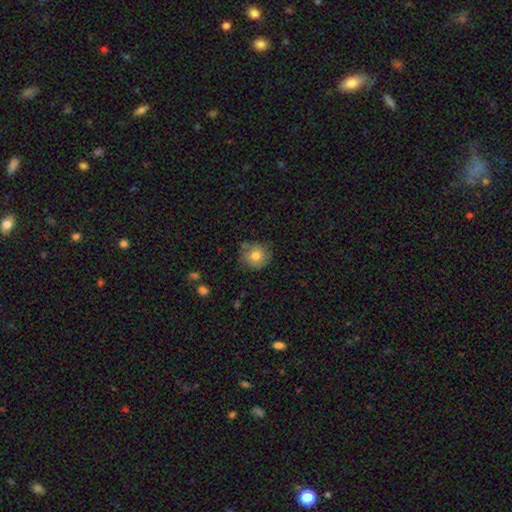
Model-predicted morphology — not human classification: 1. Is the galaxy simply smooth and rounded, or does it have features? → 70% smooth, 21% featured or disk, 9% star or artifact.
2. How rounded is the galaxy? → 88% round, 11% in between, 1% cigar-shaped.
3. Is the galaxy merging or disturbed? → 77% none, 17% minor disturbance, 4% major disturbance, 2% merger.